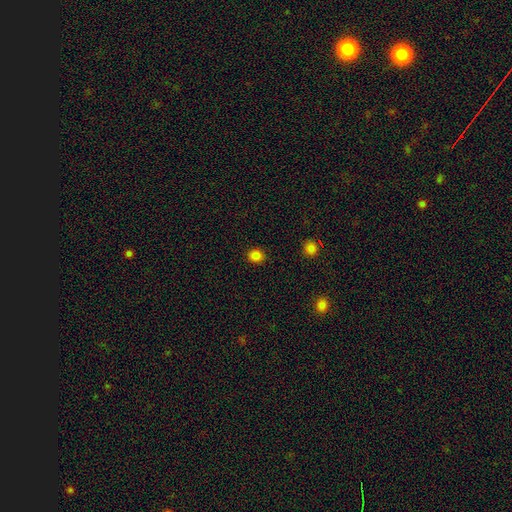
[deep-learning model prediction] Overall: smooth (83%). How rounded: round (82%). Merging: none (91%).